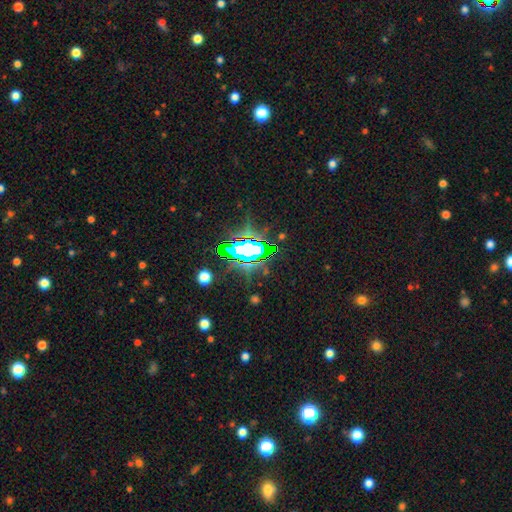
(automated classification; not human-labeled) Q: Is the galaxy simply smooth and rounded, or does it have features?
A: star or artifact — 75%.